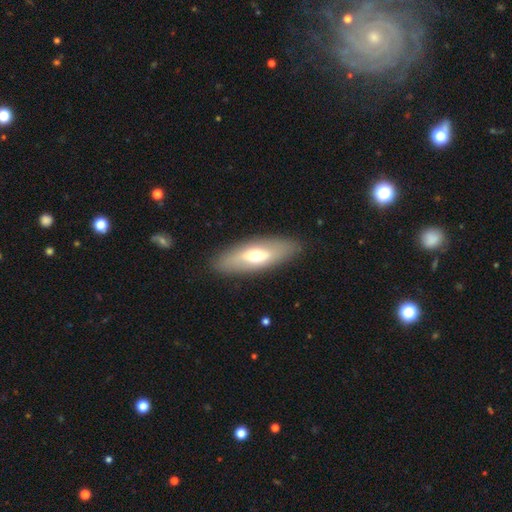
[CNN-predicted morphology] type=smooth (51%); roundness=in between (68%); merging=none (87%).